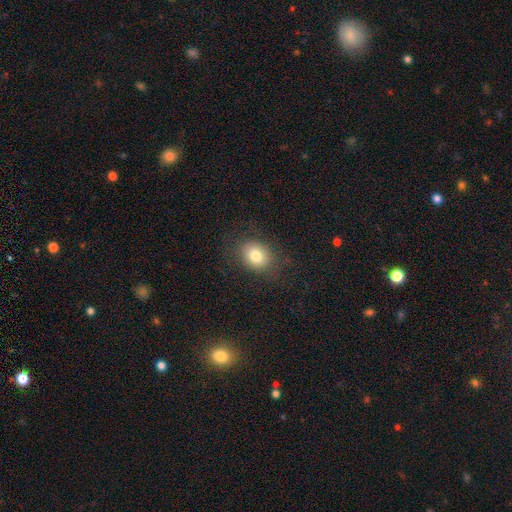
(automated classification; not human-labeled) smooth-or-featured: smooth: 79% | star or artifact: 11% | featured or disk: 10%
  how-rounded: in between: 51% | round: 48% | cigar-shaped: 1%
  merging: none: 83% | minor disturbance: 11% | major disturbance: 5% | merger: 1%